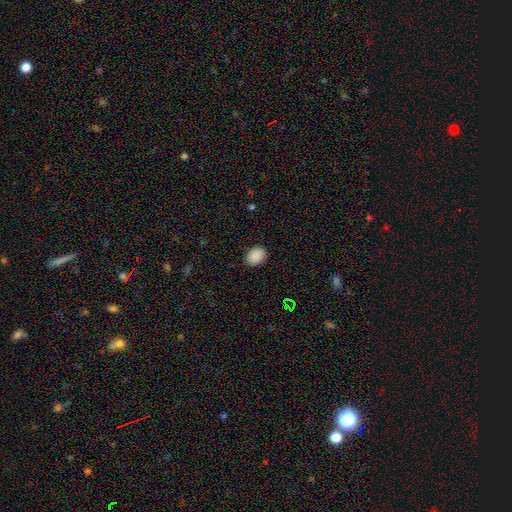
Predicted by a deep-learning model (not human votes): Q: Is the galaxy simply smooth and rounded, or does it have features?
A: smooth — 88%.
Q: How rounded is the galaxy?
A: in between — 58%.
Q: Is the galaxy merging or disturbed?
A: none — 84%.